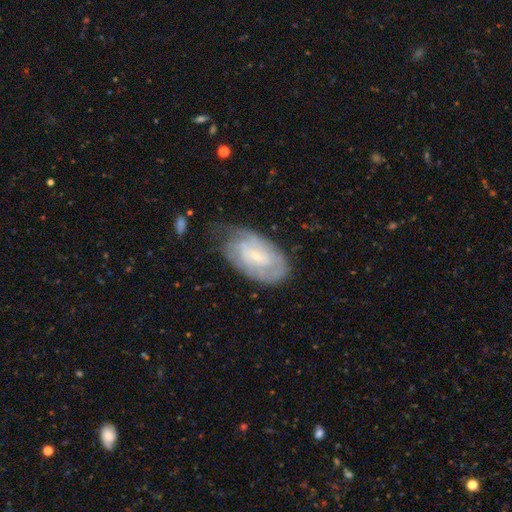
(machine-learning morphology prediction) Smooth or featured? Predicted: featured or disk (p=0.71). Edge-on disk? Predicted: no (p=0.95). Bar? Predicted: no (p=0.54). Spiral arms? Predicted: yes (p=0.84). Spiral winding? Predicted: tight (p=0.61). Spiral arm count? Predicted: can't tell (p=0.51). Bulge size? Predicted: small (p=0.78). Merging? Predicted: none (p=0.52).